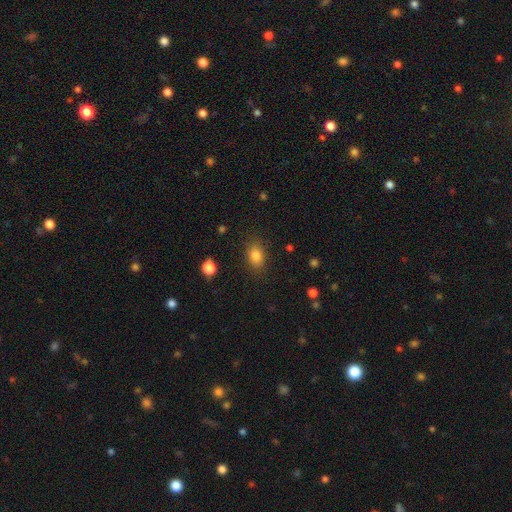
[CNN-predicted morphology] smooth-or-featured: smooth: 83% | star or artifact: 10% | featured or disk: 7%
  how-rounded: in between: 75% | round: 24% | cigar-shaped: 2%
  merging: none: 82% | minor disturbance: 12% | major disturbance: 4% | merger: 2%